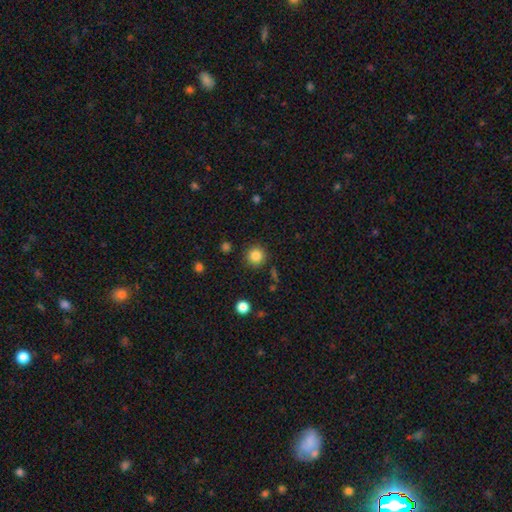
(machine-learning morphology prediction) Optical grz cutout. It shows a smooth galaxy with no disk features (84%) that is round (95%). Merging: none (89%).